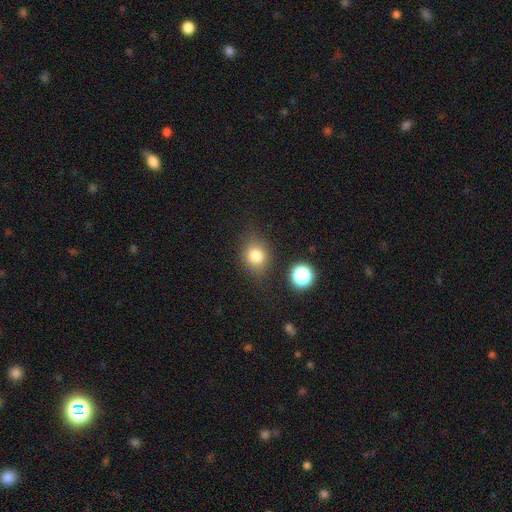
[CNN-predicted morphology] Smooth or featured? Predicted: smooth (p=0.78). How rounded? Predicted: round (p=0.64). Merging? Predicted: none (p=0.76).